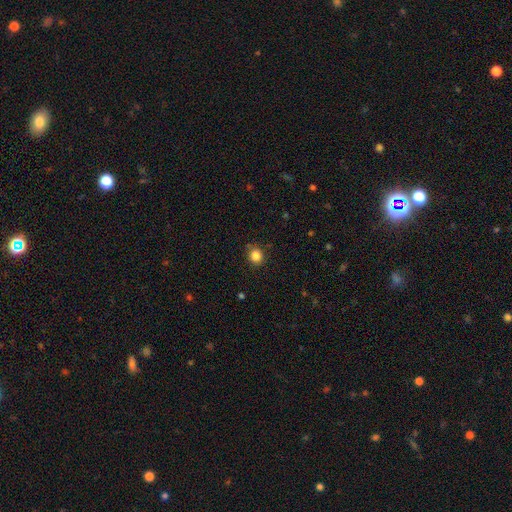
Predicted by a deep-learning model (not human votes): Q: Smooth or featured?
A: smooth (84%); runner-up: star or artifact (12%)
Q: How rounded?
A: round (83%); runner-up: in between (16%)
Q: Merging?
A: none (84%); runner-up: minor disturbance (12%)